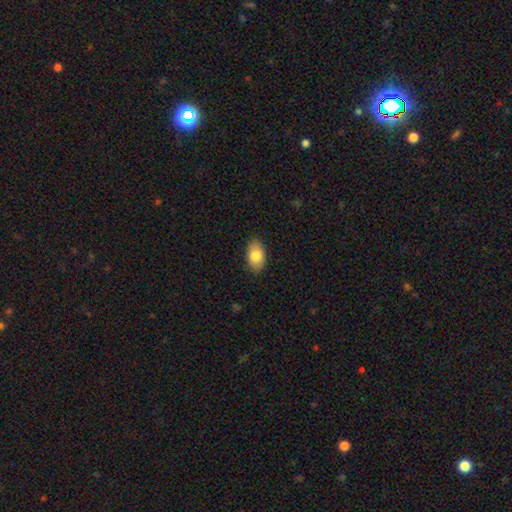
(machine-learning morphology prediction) This appears to be a smooth galaxy with no disk features (83%) that is in between round and cigar-shaped (90%). Merging: none (86%).